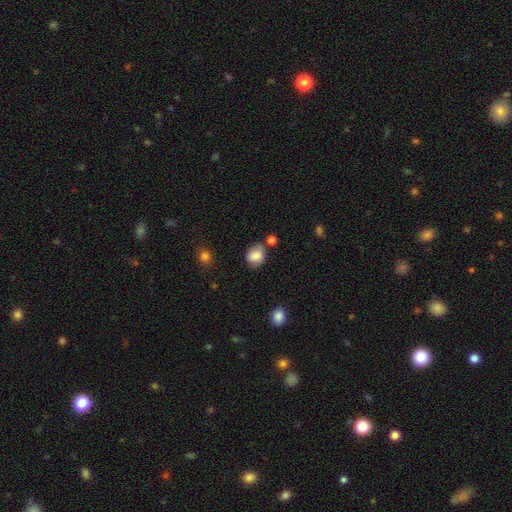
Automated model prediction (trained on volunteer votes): This appears to be a smooth galaxy with no disk features (83%) that is in between round and cigar-shaped (54%). Merging: none (69%).